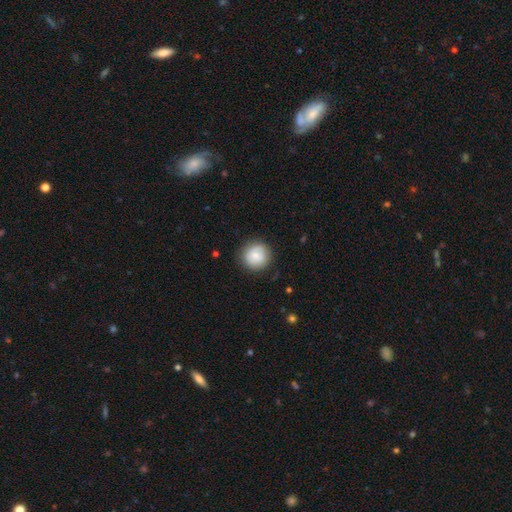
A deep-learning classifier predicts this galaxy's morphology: Q: Smooth or featured?
A: smooth (76%); runner-up: featured or disk (17%)
Q: How rounded?
A: round (94%); runner-up: in between (5%)
Q: Merging?
A: none (86%); runner-up: minor disturbance (10%)